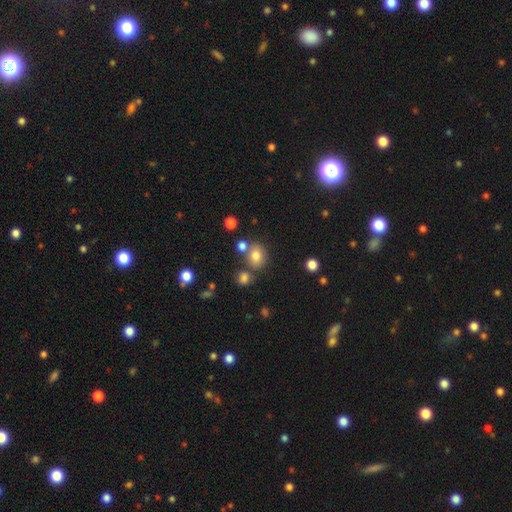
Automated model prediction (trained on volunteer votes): Smooth or featured? smooth (78%)
How rounded? round (60%)
Merging? none (65%)